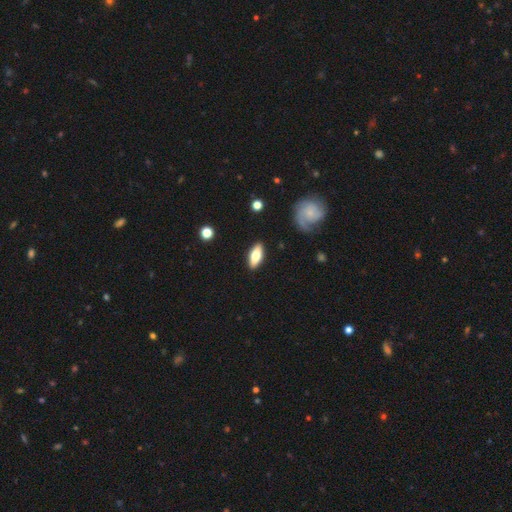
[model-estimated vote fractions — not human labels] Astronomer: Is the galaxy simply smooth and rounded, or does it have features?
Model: smooth — 63%.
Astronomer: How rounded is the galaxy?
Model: in between — 74%.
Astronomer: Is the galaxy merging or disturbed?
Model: none — 88%.